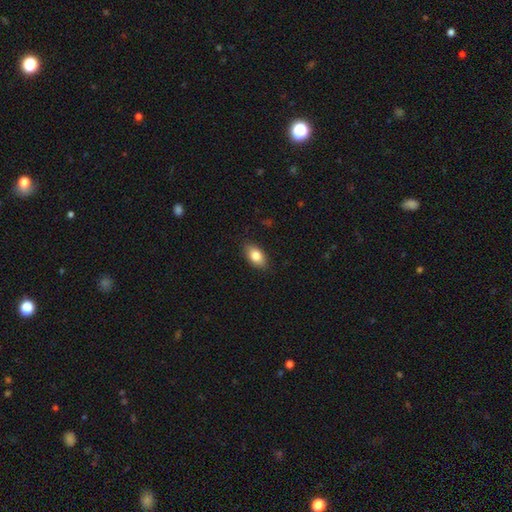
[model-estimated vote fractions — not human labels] Smooth or featured?
  - smooth: 82% *
  - featured or disk: 11%
  - star or artifact: 8%
How rounded?
  - in between: 89% *
  - round: 7%
  - cigar-shaped: 3%
Merging?
  - none: 86% *
  - minor disturbance: 11%
  - major disturbance: 2%
  - merger: 1%